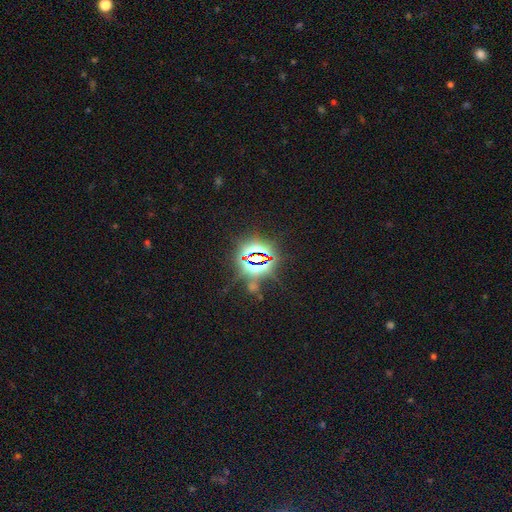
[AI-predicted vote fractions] smooth_or_featured: star or artifact (p=0.83) [alt: smooth p=0.10]